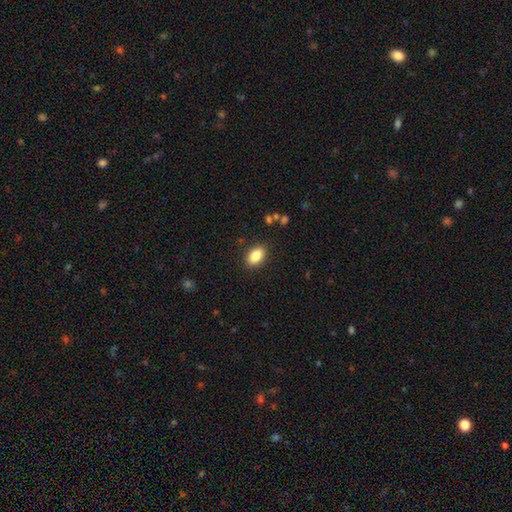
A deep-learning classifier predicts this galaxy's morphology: Smooth or featured? smooth (86%)
How rounded? in between (89%)
Merging? none (87%)